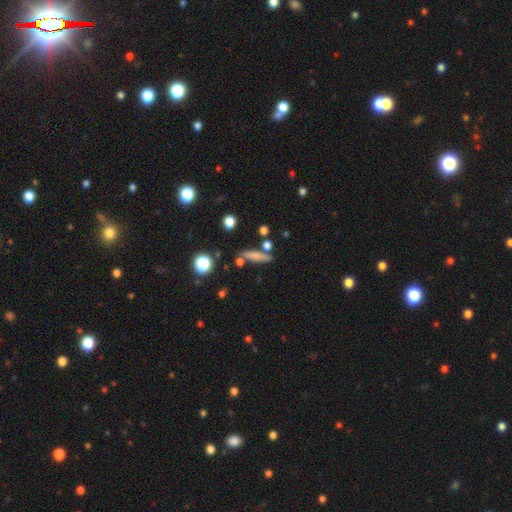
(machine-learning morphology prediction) Q: Smooth or featured?
A: smooth (63%); runner-up: featured or disk (26%)
Q: How rounded?
A: cigar-shaped (75%); runner-up: in between (19%)
Q: Merging?
A: none (73%); runner-up: minor disturbance (13%)